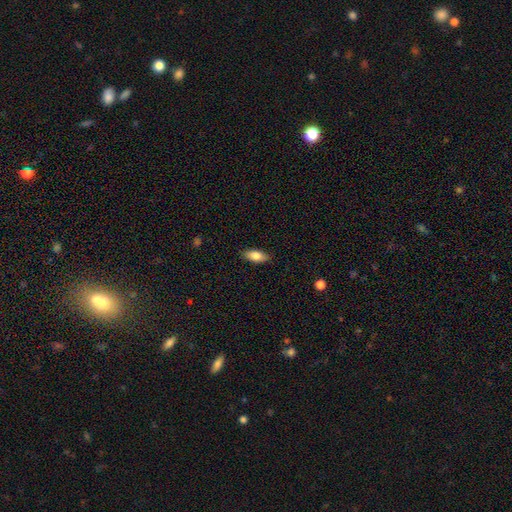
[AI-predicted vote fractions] The model was most divided on "smooth or featured": smooth: 81%, featured or disk: 12%, star or artifact: 7%. More confident: merging — none (87%); how rounded — in between (83%).